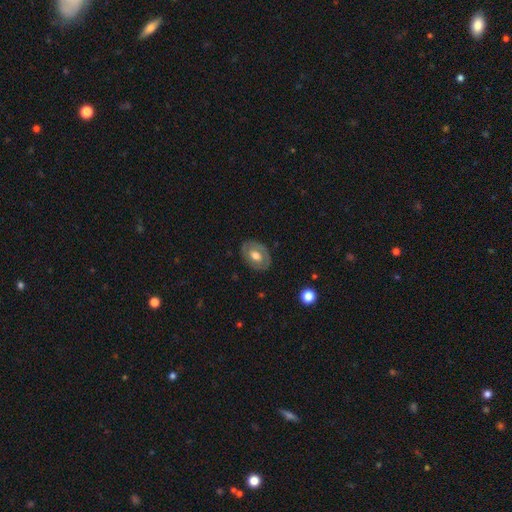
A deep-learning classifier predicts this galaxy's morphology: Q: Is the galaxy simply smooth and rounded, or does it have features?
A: smooth — 48%.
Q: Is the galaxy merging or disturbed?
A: none — 81%.